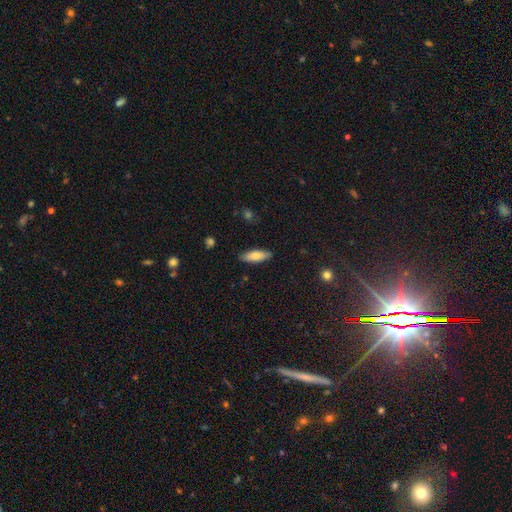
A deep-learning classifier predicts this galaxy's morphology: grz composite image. It shows a smooth galaxy with no disk features (77%) that is in between round and cigar-shaped (59%). Merging: none (87%).